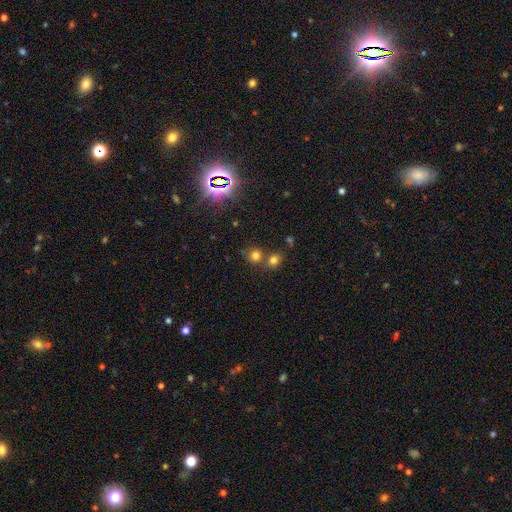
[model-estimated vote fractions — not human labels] Overall: smooth (71%). How rounded: round (87%). Merging: none (63%; merger 27%).